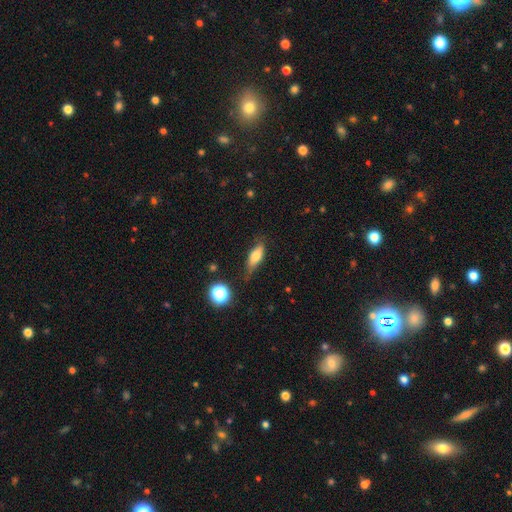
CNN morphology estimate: type=smooth (69%); roundness=in between (65%); merging=none (61%).